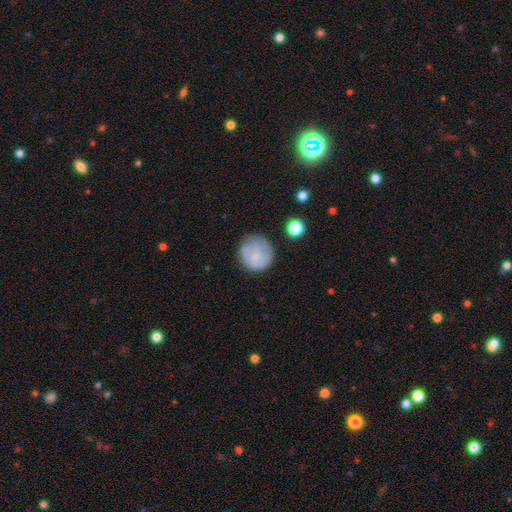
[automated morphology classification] smooth-or-featured: smooth: 62% | featured or disk: 30% | star or artifact: 8%
  how-rounded: round: 93% | in between: 6% | cigar-shaped: 1%
  merging: none: 69% | minor disturbance: 20% | major disturbance: 8% | merger: 3%